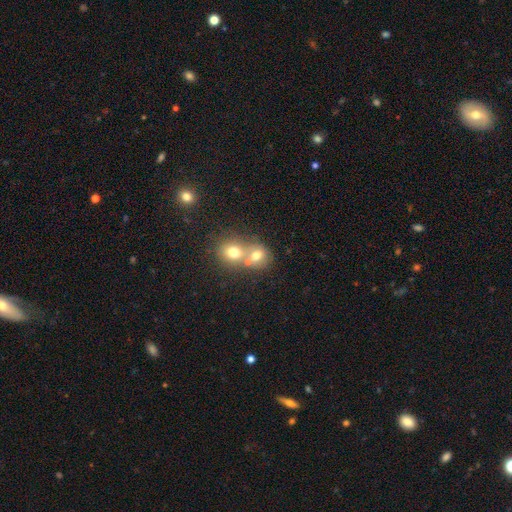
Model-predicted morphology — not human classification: Smooth or featured? Predicted: smooth (p=0.60). How rounded? Predicted: round (p=0.74). Merging? Predicted: merger (p=0.51).